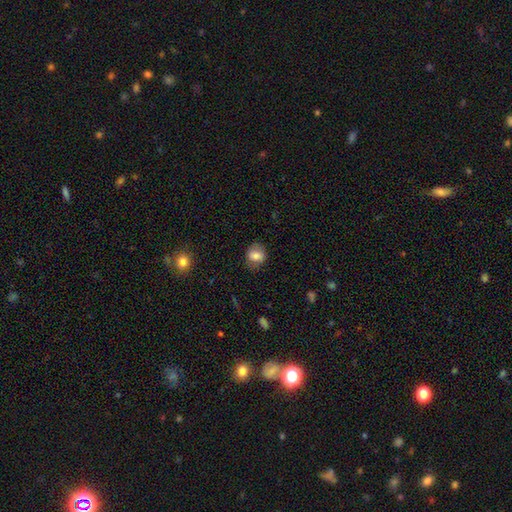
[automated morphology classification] Overall: smooth (75%). How rounded: round (60%; in between 39%). Merging: none (76%).